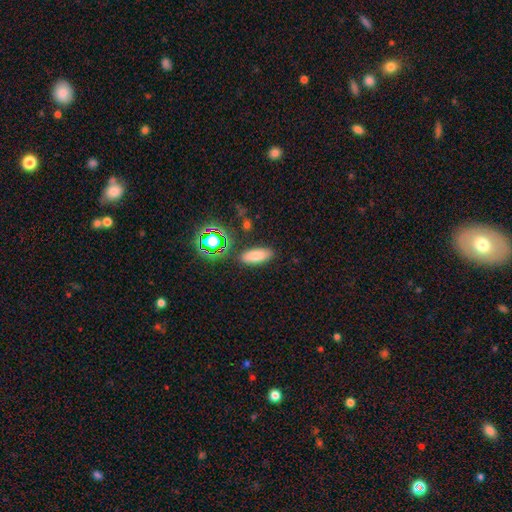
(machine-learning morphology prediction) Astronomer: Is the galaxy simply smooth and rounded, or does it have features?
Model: smooth — 75%.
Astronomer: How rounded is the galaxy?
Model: in between — 72%.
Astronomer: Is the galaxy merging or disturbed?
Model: none — 84%.